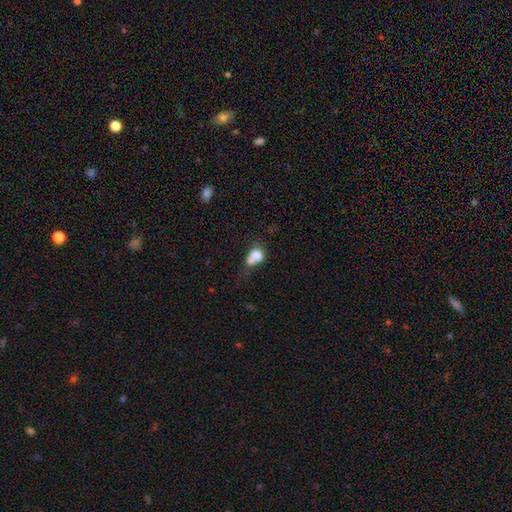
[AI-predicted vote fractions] Smooth or featured? smooth (74%)
How rounded? round (53%)
Merging? merger (50%)